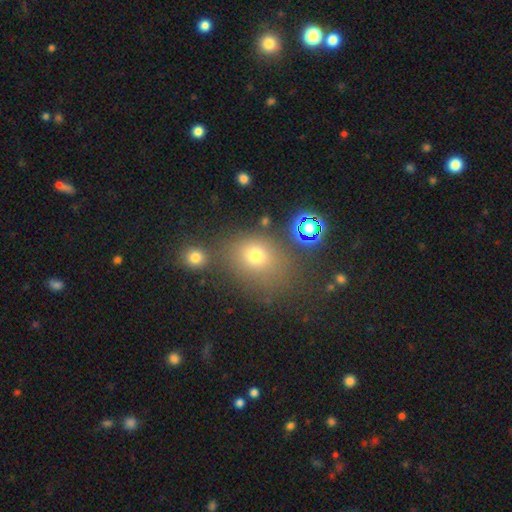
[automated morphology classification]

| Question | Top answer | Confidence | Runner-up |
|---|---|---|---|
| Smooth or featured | smooth | 68% | star or artifact (21%) |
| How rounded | round | 54% | in between (44%) |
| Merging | none | 64% | minor disturbance (15%) |